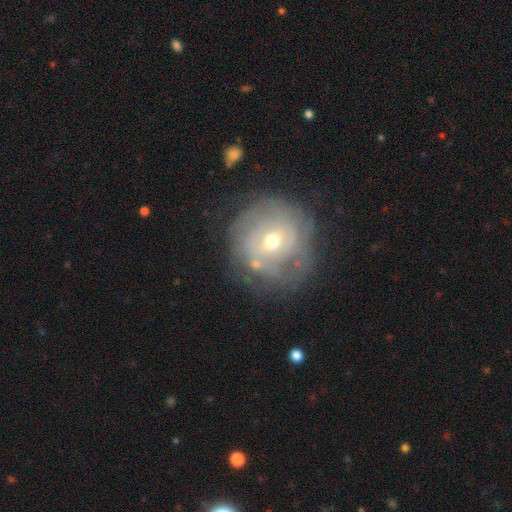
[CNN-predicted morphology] Smooth or featured: featured or disk — 67% (smooth — 25%)
Edge-on disk: no — 96% (yes — 4%)
Bar: no — 52% (weak — 38%)
Spiral arms: yes — 68% (no — 32%)
Bulge size: moderate — 54% (small — 42%)
Merging: none — 66% (minor disturbance — 20%)